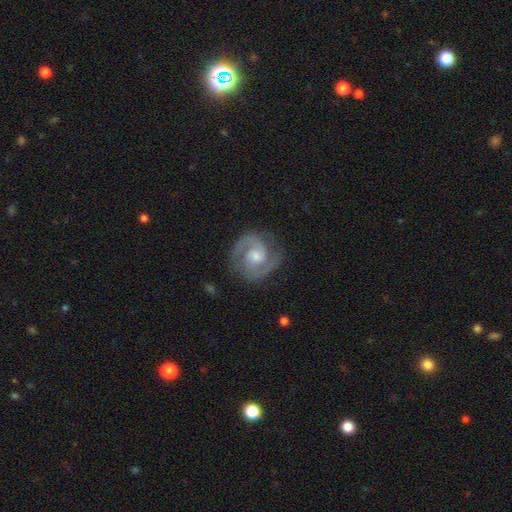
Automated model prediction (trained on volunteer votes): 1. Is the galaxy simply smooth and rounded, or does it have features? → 89% featured or disk, 6% smooth, 5% star or artifact.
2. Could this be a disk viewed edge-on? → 98% no, 2% yes.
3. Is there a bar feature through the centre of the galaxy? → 51% no, 41% weak, 8% strong.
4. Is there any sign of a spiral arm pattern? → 98% yes, 2% no.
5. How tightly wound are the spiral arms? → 48% medium, 44% tight, 7% loose.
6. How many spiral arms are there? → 91% 2, 3% can't tell, 2% 3, 1% 1, 1% 4, 1% more than 4.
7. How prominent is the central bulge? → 54% moderate, 34% small, 6% large, 5% none, 1% dominant.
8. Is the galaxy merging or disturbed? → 81% none, 14% minor disturbance, 4% major disturbance, 1% merger.